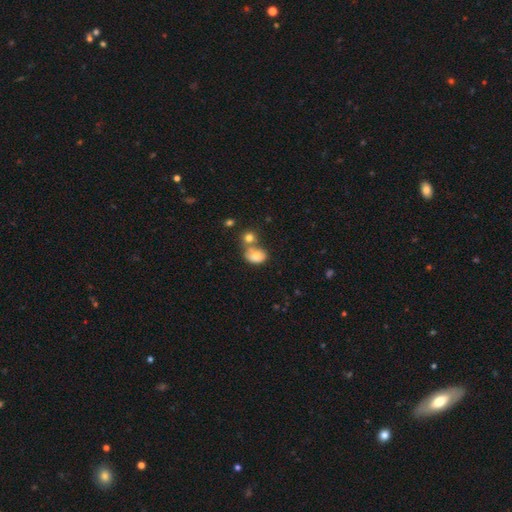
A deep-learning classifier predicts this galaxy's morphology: Overall: smooth (73%). How rounded: in between (67%; round 32%). Merging: merger (41%; none 35%).